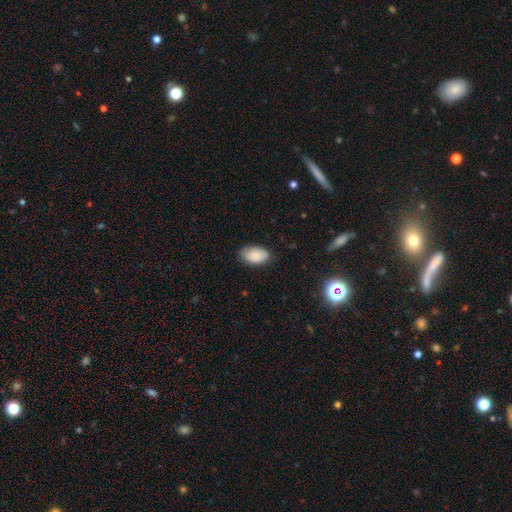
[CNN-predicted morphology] Smooth or featured? smooth (88%)
How rounded? in between (94%)
Merging? none (79%)